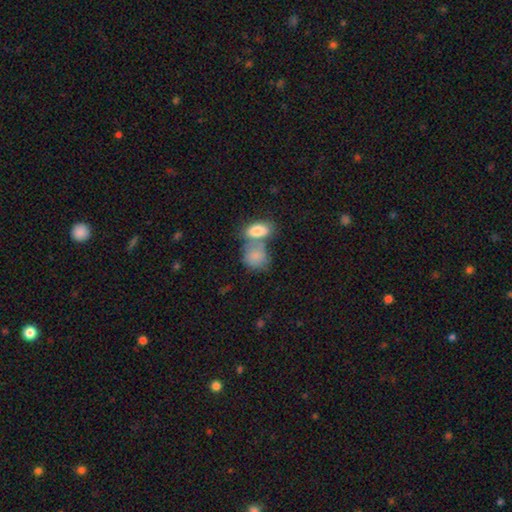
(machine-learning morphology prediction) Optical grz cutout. It shows a smooth galaxy with no disk features (82%) that is in between round and cigar-shaped (63%). Merging: merger (55%).